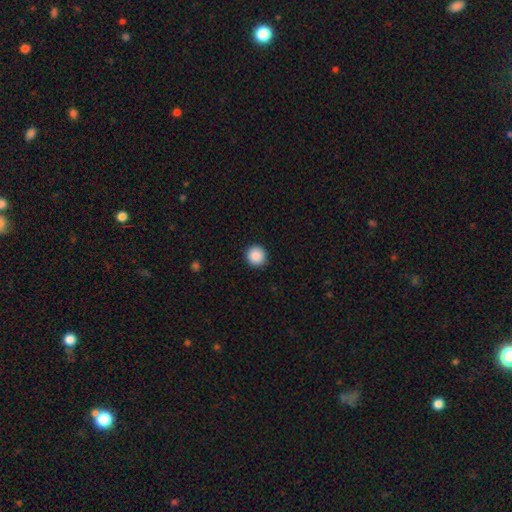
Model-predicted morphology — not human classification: smooth 89%, star or artifact 9%, featured or disk 2%. Down the decision tree: how rounded — round (94%); merging — none (92%).